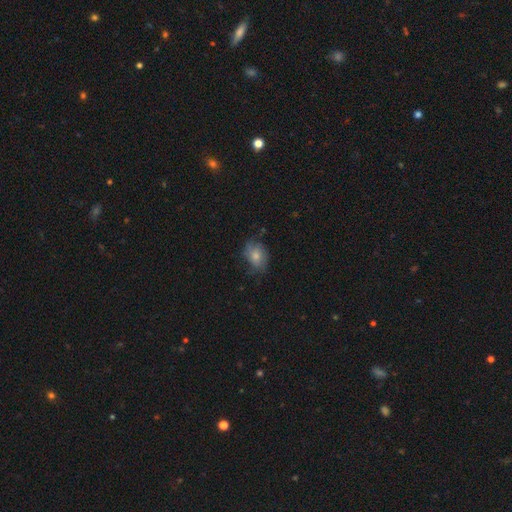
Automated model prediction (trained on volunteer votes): smooth 64%, featured or disk 28%, star or artifact 9%. Down the decision tree: how rounded — in between (68%); merging — none (57%).